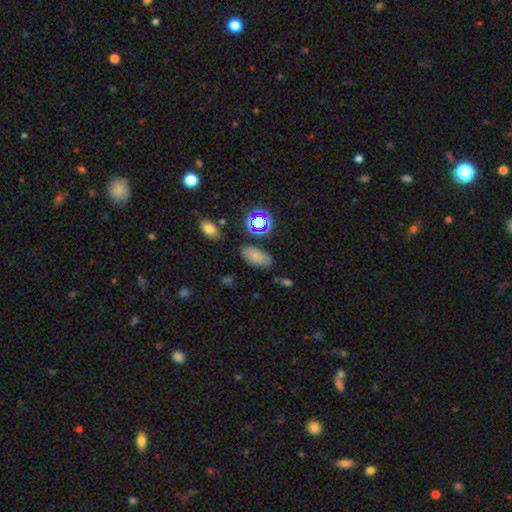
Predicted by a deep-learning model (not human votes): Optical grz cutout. It shows a smooth galaxy with no disk features (71%) that is in between round and cigar-shaped (90%). Merging: none (68%).